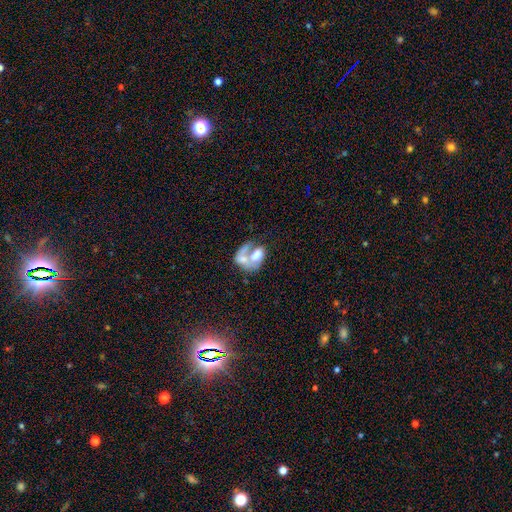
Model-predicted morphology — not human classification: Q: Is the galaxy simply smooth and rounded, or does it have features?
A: smooth — 49%.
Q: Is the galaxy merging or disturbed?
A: merger — 62%.